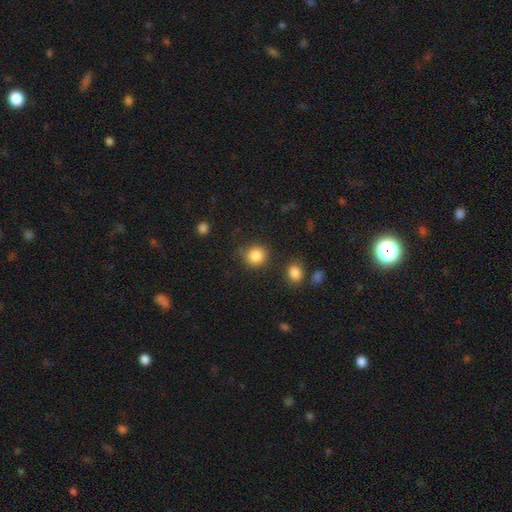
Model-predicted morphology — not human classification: Overall: smooth (86%). How rounded: round (87%). Merging: none (81%).